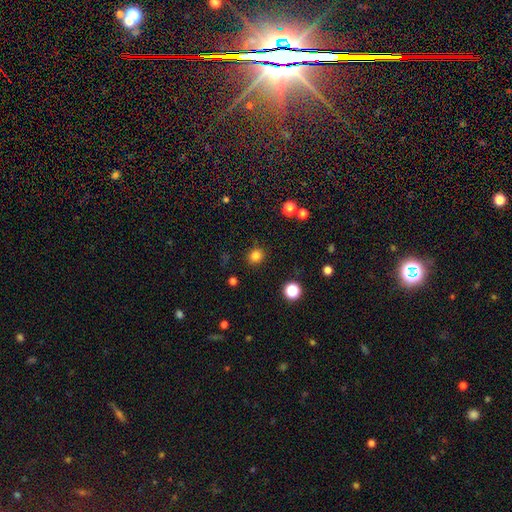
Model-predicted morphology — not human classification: A smooth galaxy with no disk features (83%) that is round (81%). Merging: none (89%).